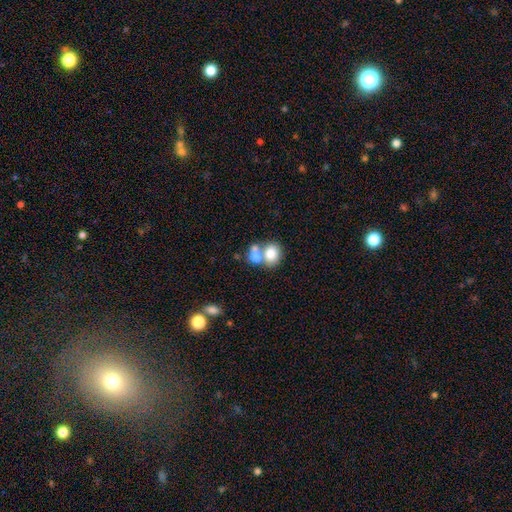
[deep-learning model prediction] Smooth or featured? smooth (75%)
How rounded? in between (50%)
Merging? merger (60%)